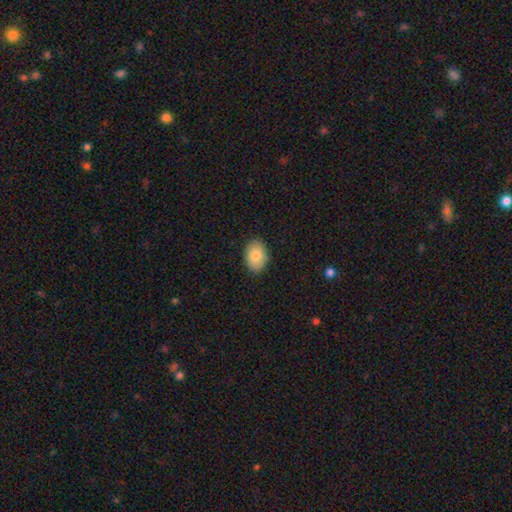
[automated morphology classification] Smooth or featured? Predicted: smooth (p=0.82). How rounded? Predicted: in between (p=0.82). Merging? Predicted: none (p=0.87).